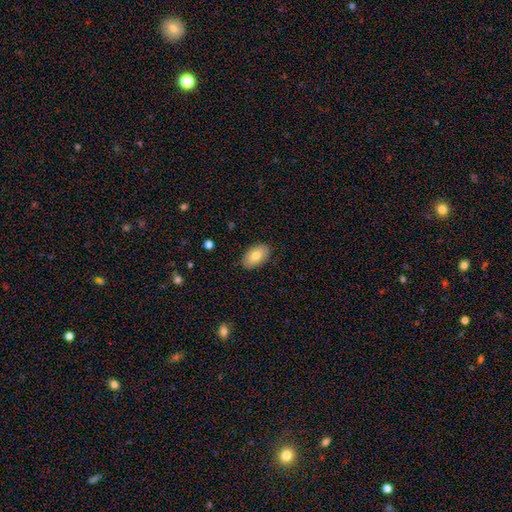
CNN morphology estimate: A smooth galaxy with no disk features (78%) that is in between round and cigar-shaped (93%). Merging: none (85%).